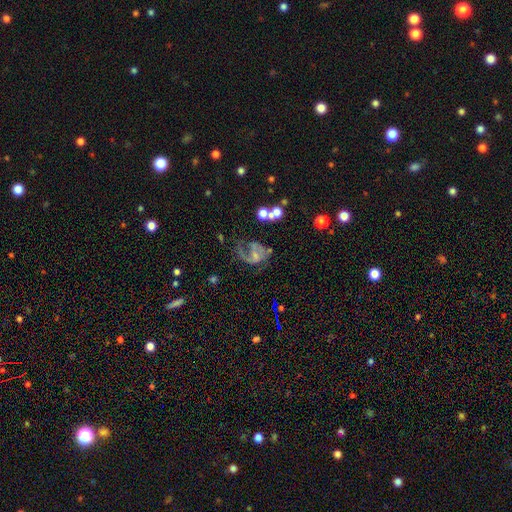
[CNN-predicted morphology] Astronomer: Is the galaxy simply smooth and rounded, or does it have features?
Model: featured or disk — 70%.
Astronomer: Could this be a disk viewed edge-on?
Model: no — 97%.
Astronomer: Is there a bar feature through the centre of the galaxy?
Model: no — 53% (runner-up: weak, 36%).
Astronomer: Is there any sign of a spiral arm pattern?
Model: yes — 86%.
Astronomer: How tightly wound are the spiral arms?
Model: medium — 45% (runner-up: loose, 34%).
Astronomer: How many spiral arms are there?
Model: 1 — 41% (runner-up: 2, 40%).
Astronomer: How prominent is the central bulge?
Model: small — 56%.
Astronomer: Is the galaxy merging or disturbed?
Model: none — 39% (runner-up: major disturbance, 35%).